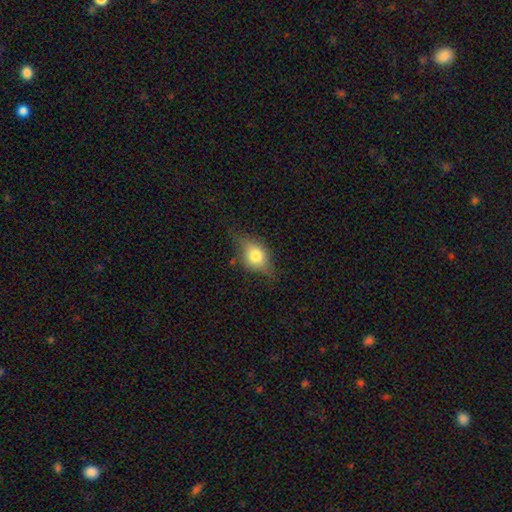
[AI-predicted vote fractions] smooth_or_featured: smooth (p=0.62) [alt: featured or disk p=0.29]
how_rounded: in between (p=0.66) [alt: round p=0.30]
merging: none (p=0.60) [alt: minor disturbance p=0.29]